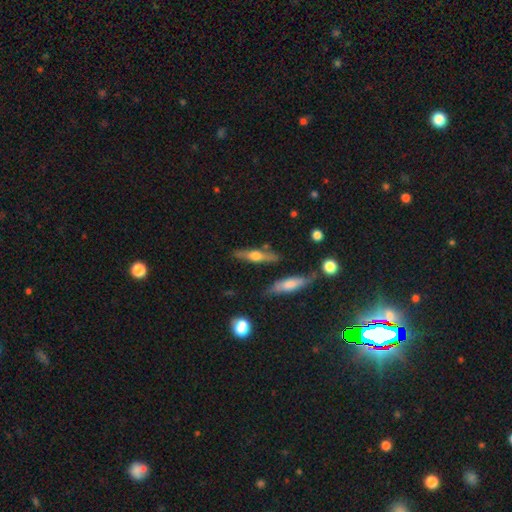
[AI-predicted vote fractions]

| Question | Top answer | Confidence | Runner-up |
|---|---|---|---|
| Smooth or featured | featured or disk | 56% | smooth (37%) |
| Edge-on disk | yes | 92% | no (8%) |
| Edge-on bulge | rounded | 91% | boxy (5%) |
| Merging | none | 80% | minor disturbance (12%) |